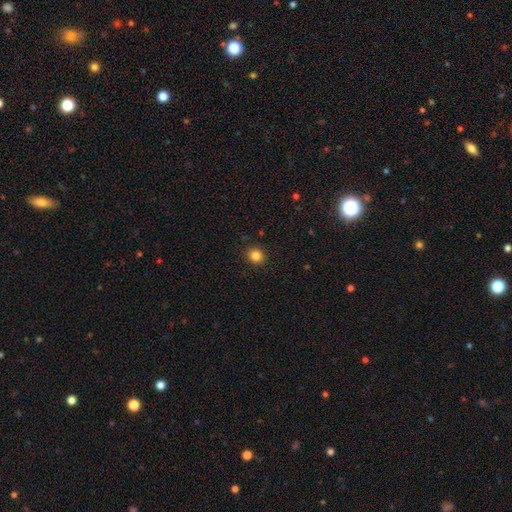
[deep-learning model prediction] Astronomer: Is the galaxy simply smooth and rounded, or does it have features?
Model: smooth — 83%.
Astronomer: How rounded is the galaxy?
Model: round — 85%.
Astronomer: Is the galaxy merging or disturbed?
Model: none — 91%.